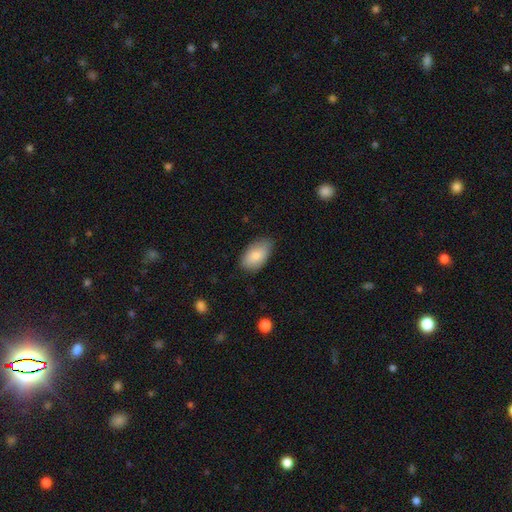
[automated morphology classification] smooth-or-featured: smooth: 83% | featured or disk: 11% | star or artifact: 6%
  how-rounded: in between: 94% | round: 4% | cigar-shaped: 2%
  merging: none: 76% | minor disturbance: 20% | major disturbance: 3% | merger: 1%